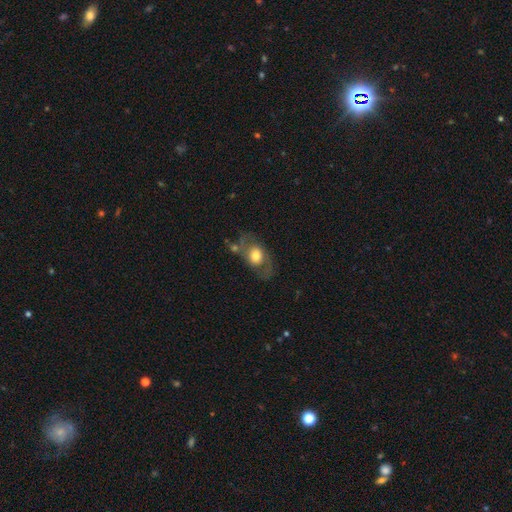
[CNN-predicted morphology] Smooth or featured? Predicted: smooth (p=0.47). Merging? Predicted: none (p=0.59).